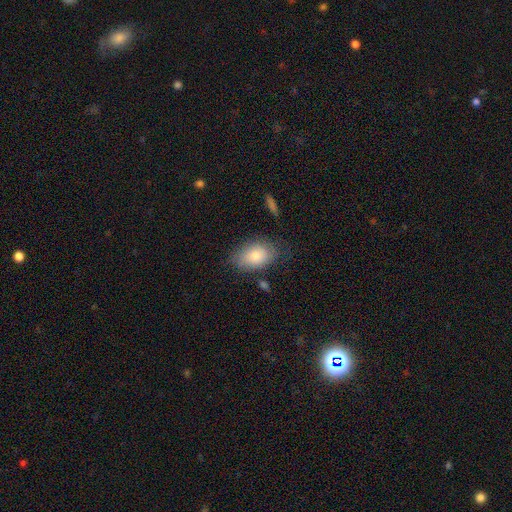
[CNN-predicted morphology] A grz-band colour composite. It shows a smooth galaxy with no disk features (79%) that is in between round and cigar-shaped (85%). Merging: none (68%).